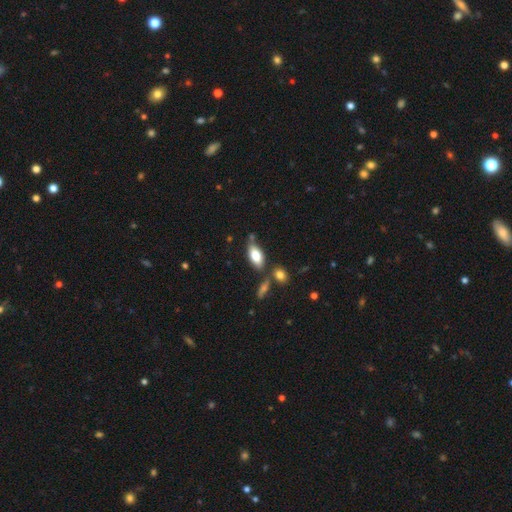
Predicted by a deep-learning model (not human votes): Smooth or featured? Predicted: smooth (p=0.76). How rounded? Predicted: in between (p=0.88). Merging? Predicted: none (p=0.67).